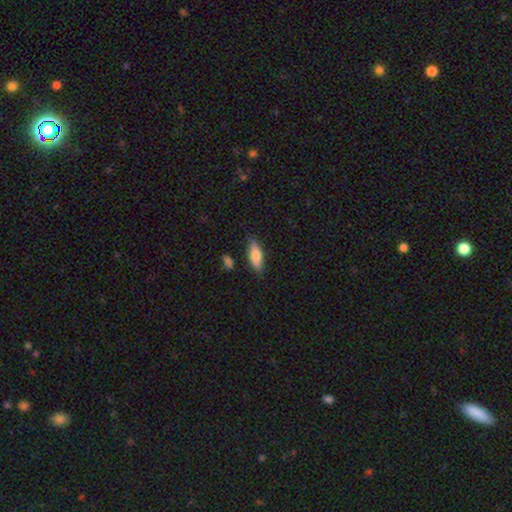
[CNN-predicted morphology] smooth_or_featured: smooth (p=0.75) [alt: featured or disk p=0.18]
how_rounded: in between (p=0.65) [alt: cigar-shaped p=0.33]
merging: none (p=0.81) [alt: minor disturbance p=0.14]